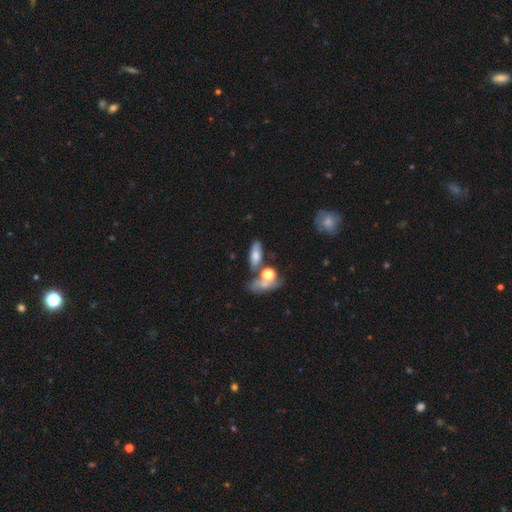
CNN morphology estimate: The model was most divided on "merging": none: 58%, merger: 21%, minor disturbance: 15%, major disturbance: 7%. More confident: smooth or featured — smooth (67%); how rounded — in between (66%).